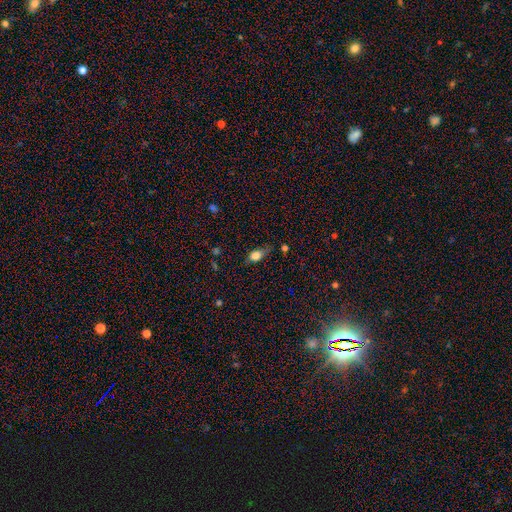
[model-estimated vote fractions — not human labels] smooth_or_featured: smooth (p=0.76) [alt: featured or disk p=0.13]
how_rounded: in between (p=0.76) [alt: round p=0.14]
merging: none (p=0.49) [alt: minor disturbance p=0.34]